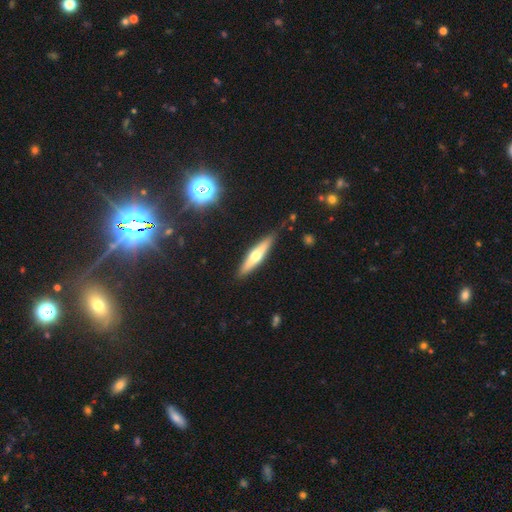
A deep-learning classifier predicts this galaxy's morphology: Smooth or featured?
  - featured or disk: 50% *
  - smooth: 43%
  - star or artifact: 6%
Edge-on disk?
  - yes: 91% *
  - no: 9%
Merging?
  - none: 87% *
  - minor disturbance: 10%
  - major disturbance: 2%
  - merger: 1%